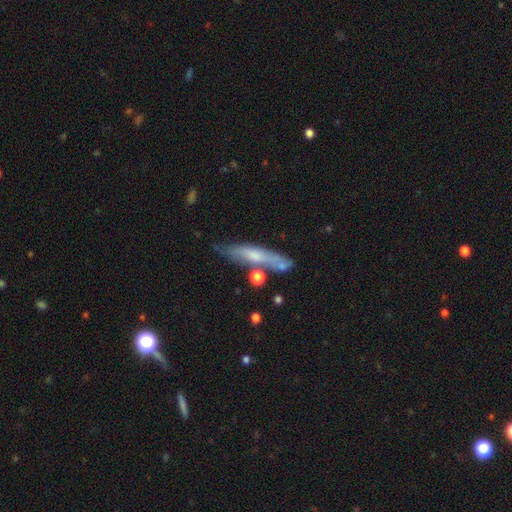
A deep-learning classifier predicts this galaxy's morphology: This appears to be a smooth galaxy with no disk features (54%) that is cigar-shaped (83%). Merging: none (63%).